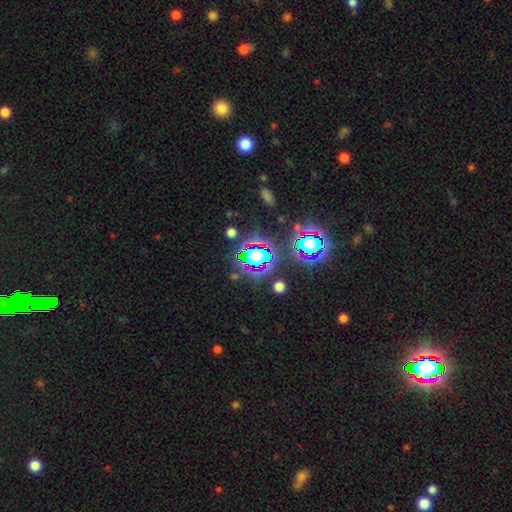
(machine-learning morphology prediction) A star or artifact, not a galaxy (60%).

Vote fractions:
- Smooth or featured? star or artifact: 60% / smooth: 25% / featured or disk: 15%